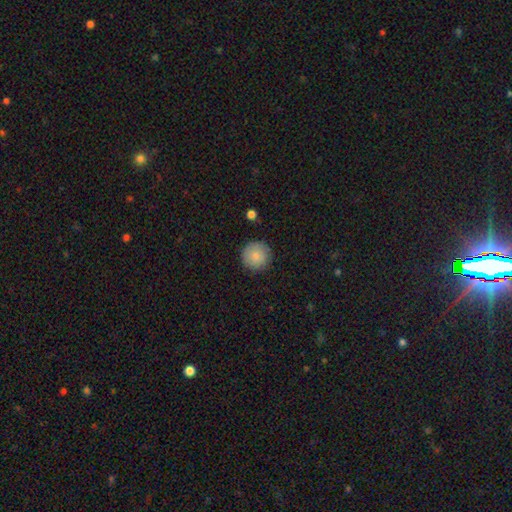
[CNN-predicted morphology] This appears to be a smooth galaxy with no disk features (85%) that is round (96%). Merging: none (89%).